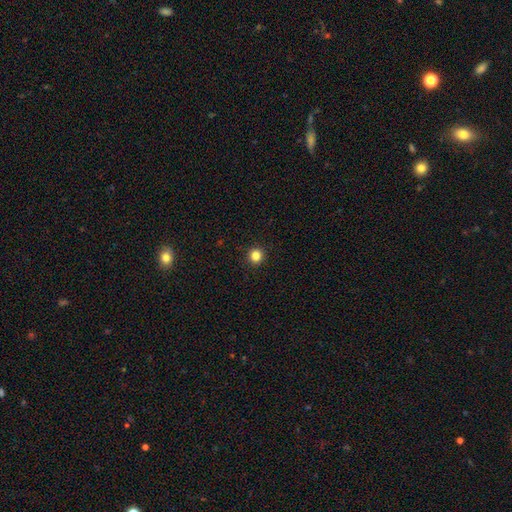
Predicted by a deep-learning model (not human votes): Morphology: type=smooth (84%); roundness=round (94%); merging=none (94%).